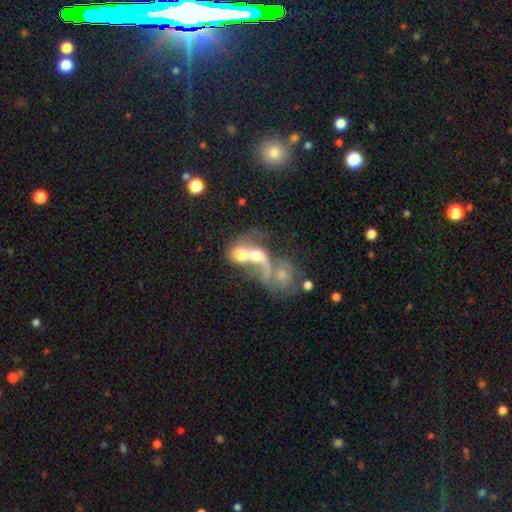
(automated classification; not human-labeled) The model was most divided on "smooth or featured": featured or disk: 48%, smooth: 40%, star or artifact: 12%. More confident: merging — merger (76%).